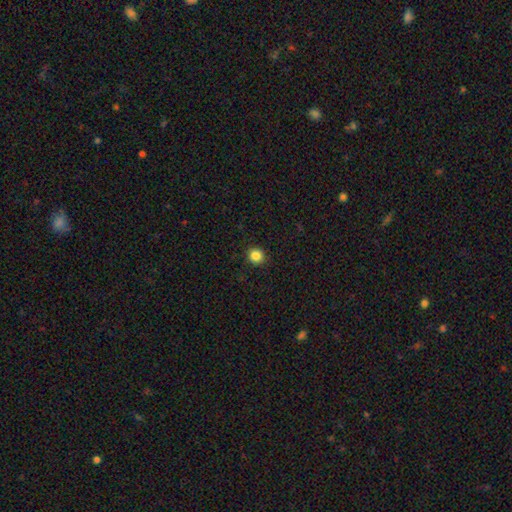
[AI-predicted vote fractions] This appears to be a smooth galaxy with no disk features (85%) that is round (91%). Merging: none (91%).